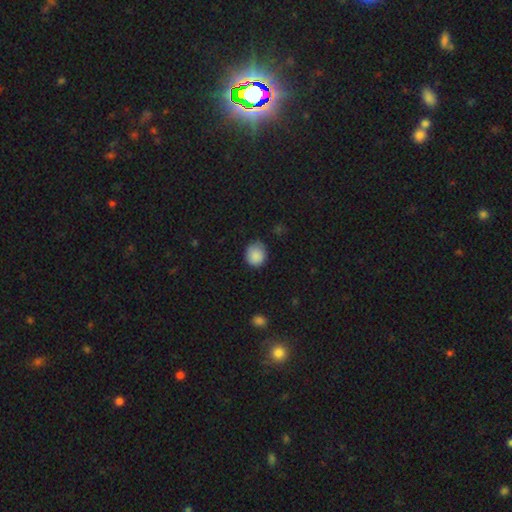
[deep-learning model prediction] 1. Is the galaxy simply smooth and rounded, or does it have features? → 87% smooth, 8% star or artifact, 4% featured or disk.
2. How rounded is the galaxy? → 79% round, 20% in between, 1% cigar-shaped.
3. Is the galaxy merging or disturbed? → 76% none, 20% minor disturbance, 3% major disturbance, 1% merger.